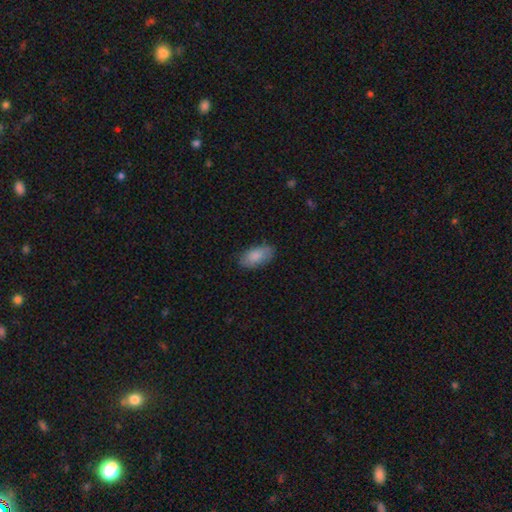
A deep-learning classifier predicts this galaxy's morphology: This is clearly a smooth galaxy (86%). How rounded: clearly in between (93%). Merging: clearly none (83%).